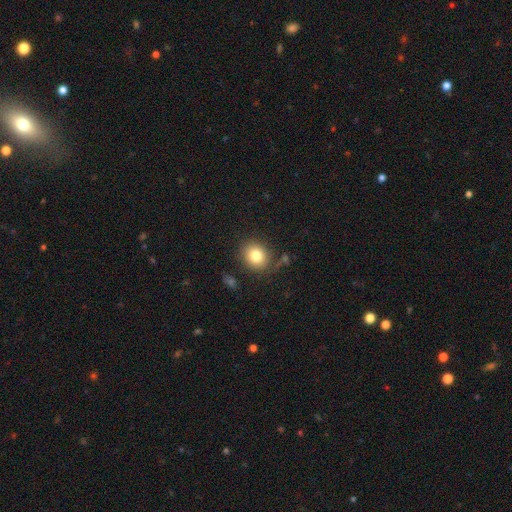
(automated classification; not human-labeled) This appears to be a smooth galaxy with no disk features (80%) that is round (76%). Merging: none (81%).